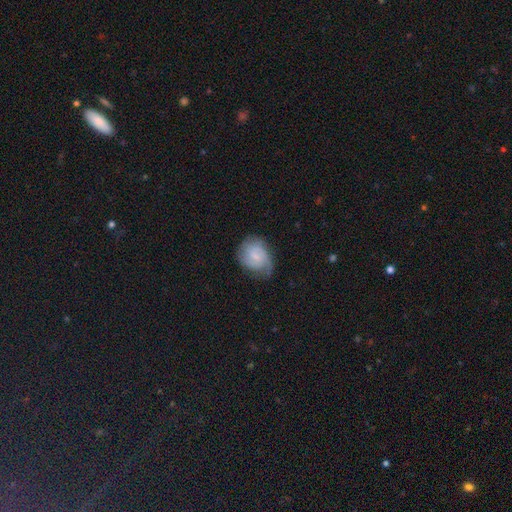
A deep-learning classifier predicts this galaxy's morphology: Smooth or featured: featured or disk — 58% (smooth — 35%)
Edge-on disk: no — 98% (yes — 2%)
Bar: no — 48% (weak — 45%)
Spiral arms: yes — 91% (no — 9%)
Spiral winding: medium — 42% (tight — 41%)
Spiral arm count: 2 — 41% (can't tell — 25%)
Bulge size: small — 56% (moderate — 22%)
Merging: none — 56% (minor disturbance — 30%)